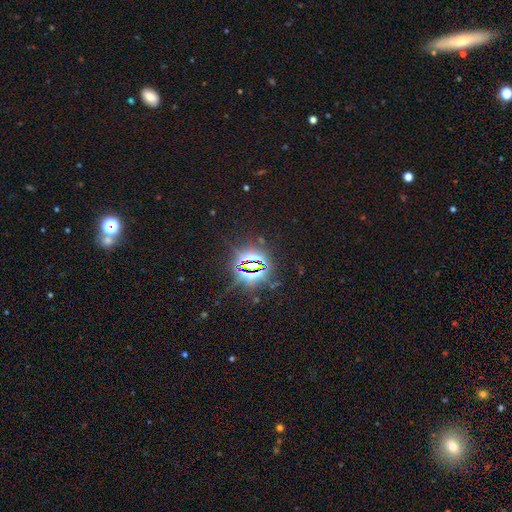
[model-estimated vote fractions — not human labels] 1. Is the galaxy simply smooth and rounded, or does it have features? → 85% star or artifact, 8% smooth, 7% featured or disk.